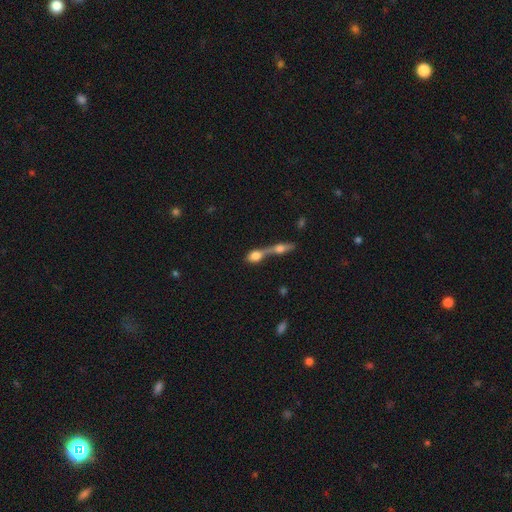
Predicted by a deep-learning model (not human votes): Smooth or featured? smooth (70%)
How rounded? in between (59%)
Merging? merger (72%)